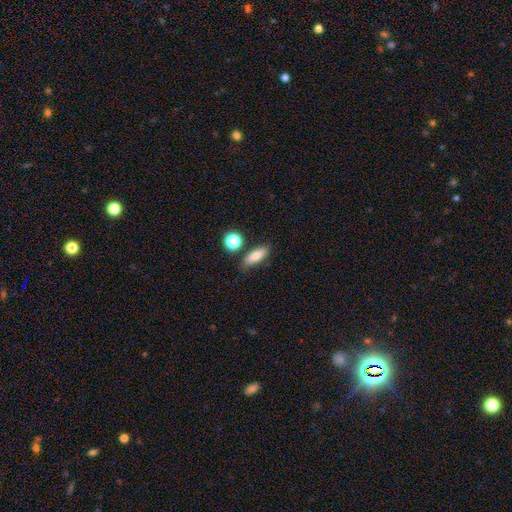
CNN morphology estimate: Smooth or featured? smooth (78%)
How rounded? in between (61%)
Merging? none (76%)